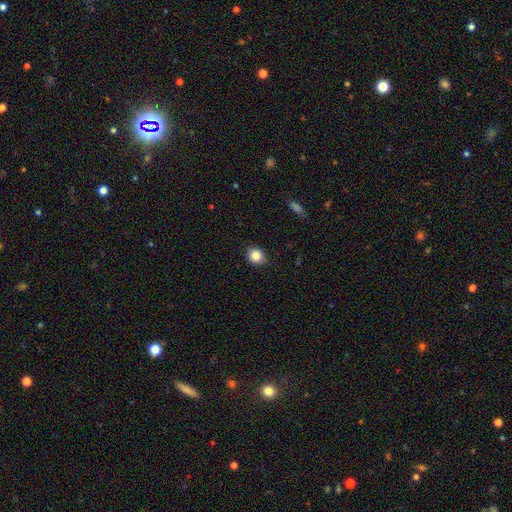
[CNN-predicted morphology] smooth-or-featured: smooth: 85% | star or artifact: 10% | featured or disk: 5%
  how-rounded: round: 76% | in between: 23% | cigar-shaped: 1%
  merging: none: 87% | minor disturbance: 9% | major disturbance: 2% | merger: 1%